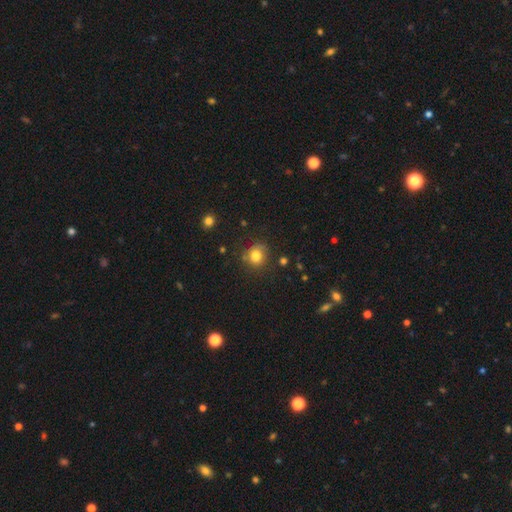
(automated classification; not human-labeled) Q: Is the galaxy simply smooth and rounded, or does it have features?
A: smooth — 79%.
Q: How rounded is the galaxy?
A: round — 84%.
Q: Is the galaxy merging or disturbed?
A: none — 75%.